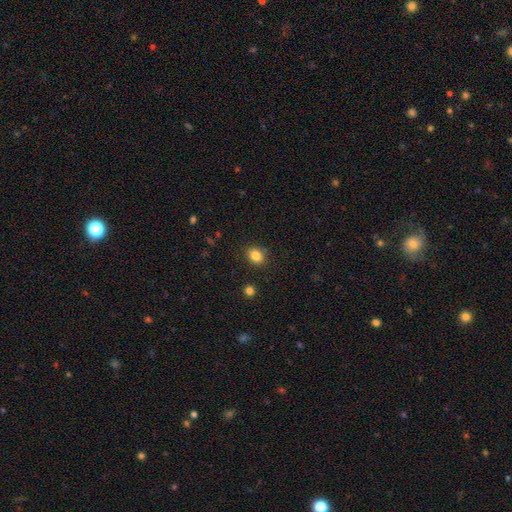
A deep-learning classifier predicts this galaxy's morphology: Smooth or featured? smooth (84%)
How rounded? in between (50%)
Merging? none (85%)